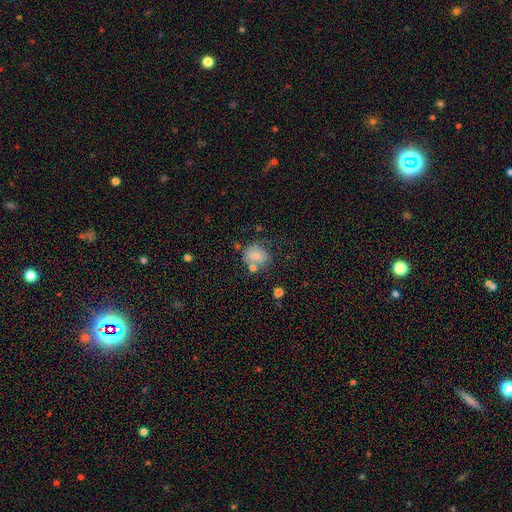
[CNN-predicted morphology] type=smooth (70%); roundness=round (60%); merging=none (54%).